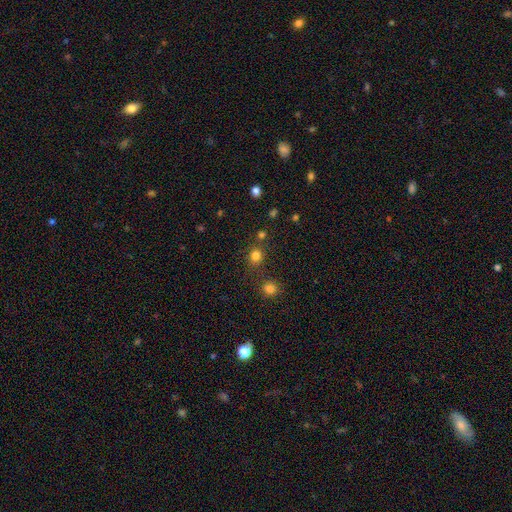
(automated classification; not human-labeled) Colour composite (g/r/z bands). It shows a smooth galaxy with no disk features (79%) that is round (85%). Merging: none (75%).